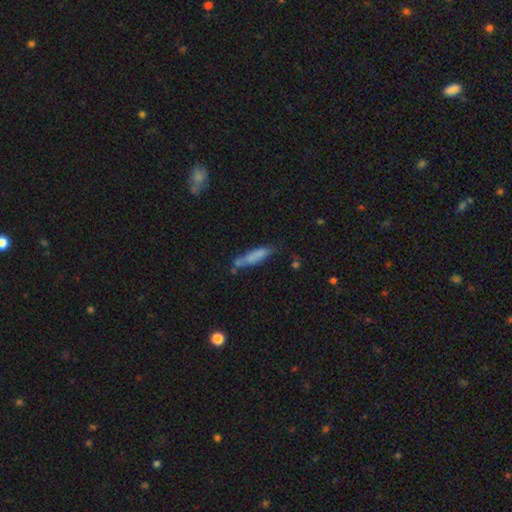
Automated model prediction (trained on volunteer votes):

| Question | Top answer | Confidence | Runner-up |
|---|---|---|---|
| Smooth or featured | smooth | 74% | featured or disk (18%) |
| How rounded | cigar-shaped | 75% | in between (23%) |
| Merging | none | 54% | minor disturbance (27%) |